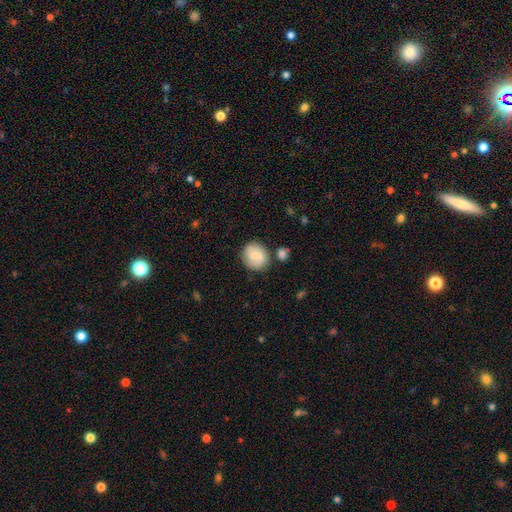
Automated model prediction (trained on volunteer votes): smooth-or-featured: smooth: 74% | featured or disk: 19% | star or artifact: 8%
  how-rounded: round: 74% | in between: 25% | cigar-shaped: 1%
  merging: none: 72% | minor disturbance: 15% | merger: 8% | major disturbance: 4%